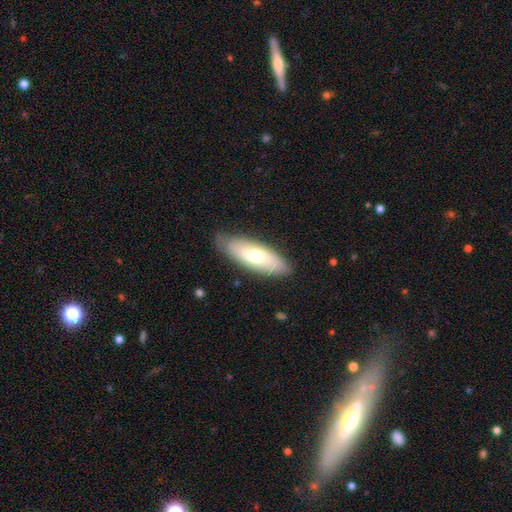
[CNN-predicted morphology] smooth_or_featured: smooth (p=0.60) [alt: featured or disk p=0.34]
how_rounded: in between (p=0.66) [alt: cigar-shaped p=0.32]
merging: none (p=0.81) [alt: minor disturbance p=0.15]